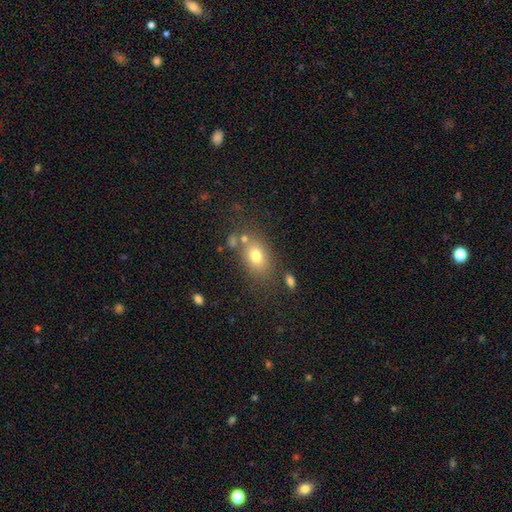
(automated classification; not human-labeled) Smooth or featured: smooth — 75% (featured or disk — 13%)
How rounded: in between — 75% (round — 23%)
Merging: none — 68% (minor disturbance — 15%)